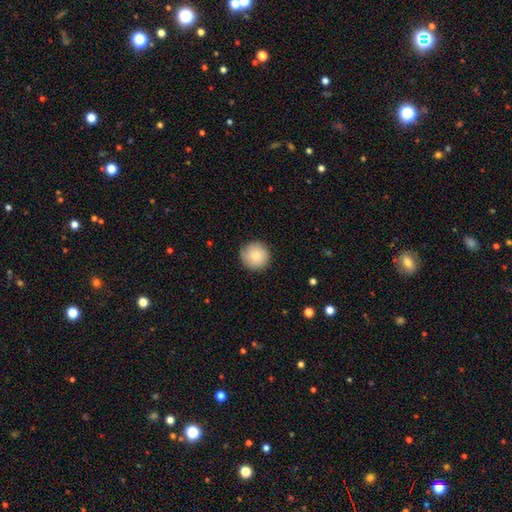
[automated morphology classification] A smooth galaxy with no disk features (83%) that is round (95%). Merging: none (85%).